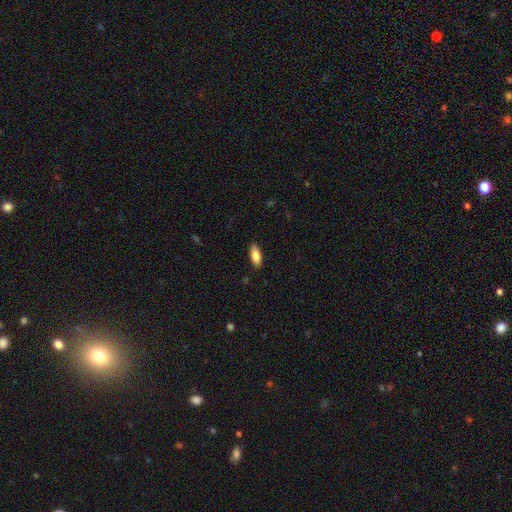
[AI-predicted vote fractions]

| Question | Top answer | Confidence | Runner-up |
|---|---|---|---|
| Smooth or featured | smooth | 85% | featured or disk (8%) |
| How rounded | in between | 83% | cigar-shaped (15%) |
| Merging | none | 88% | minor disturbance (9%) |